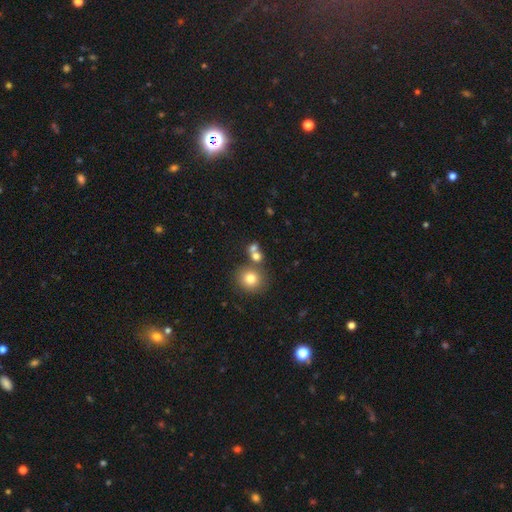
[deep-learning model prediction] Overall: smooth (74%). How rounded: round (78%). Merging: none (50%; merger 37%).